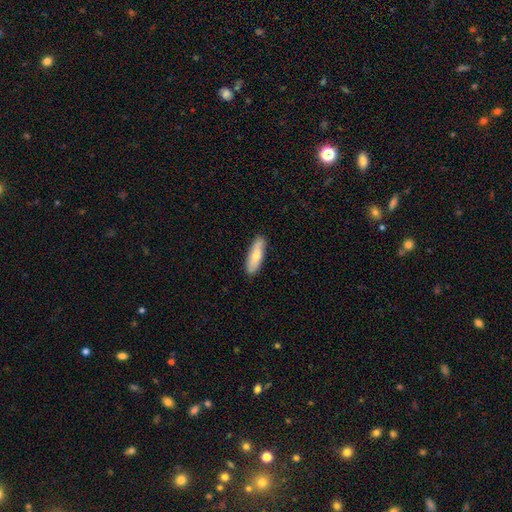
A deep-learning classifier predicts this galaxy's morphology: Smooth or featured: smooth — 67% (featured or disk — 27%)
How rounded: cigar-shaped — 50% (in between — 48%)
Merging: none — 86% (minor disturbance — 11%)